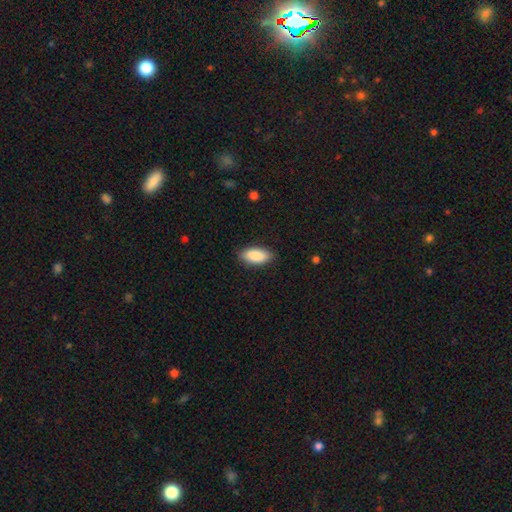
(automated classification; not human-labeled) The model was most divided on "merging": none: 86%, minor disturbance: 11%, major disturbance: 2%, merger: 1%. More confident: how rounded — in between (89%); smooth or featured — smooth (88%).